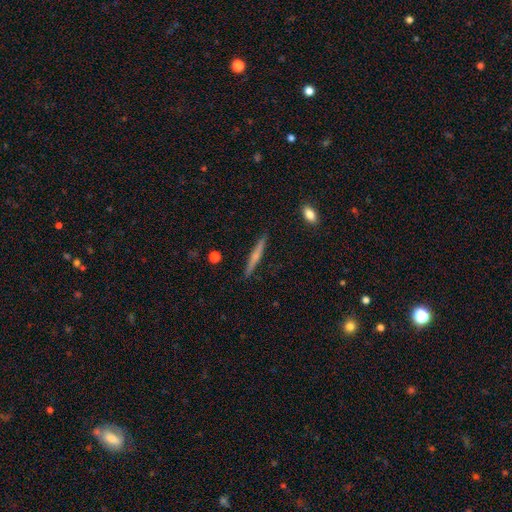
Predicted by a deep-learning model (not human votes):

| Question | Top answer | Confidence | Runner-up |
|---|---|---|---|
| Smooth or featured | featured or disk | 54% | smooth (39%) |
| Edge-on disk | yes | 97% | no (3%) |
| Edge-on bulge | rounded | 57% | none (36%) |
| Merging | none | 90% | minor disturbance (7%) |